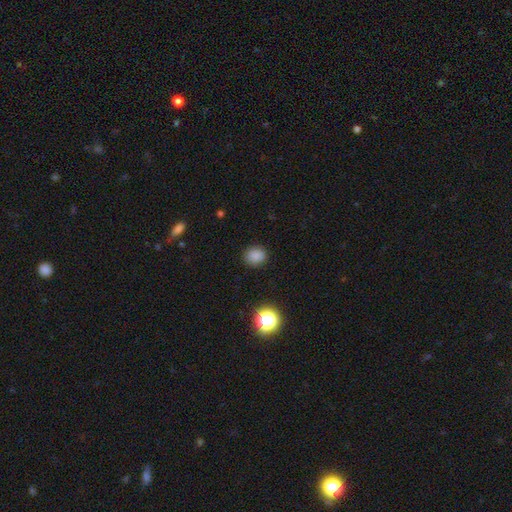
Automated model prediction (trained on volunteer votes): The model was most divided on "how rounded": round: 68%, in between: 31%, cigar-shaped: 1%. More confident: merging — none (87%); smooth or featured — smooth (83%).